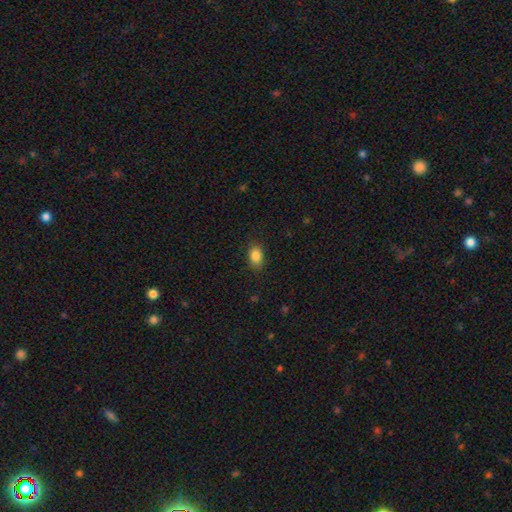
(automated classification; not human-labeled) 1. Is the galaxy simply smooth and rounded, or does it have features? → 86% smooth, 9% star or artifact, 5% featured or disk.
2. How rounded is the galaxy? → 78% in between, 20% round, 2% cigar-shaped.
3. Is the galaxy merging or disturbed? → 85% none, 11% minor disturbance, 3% major disturbance, 1% merger.